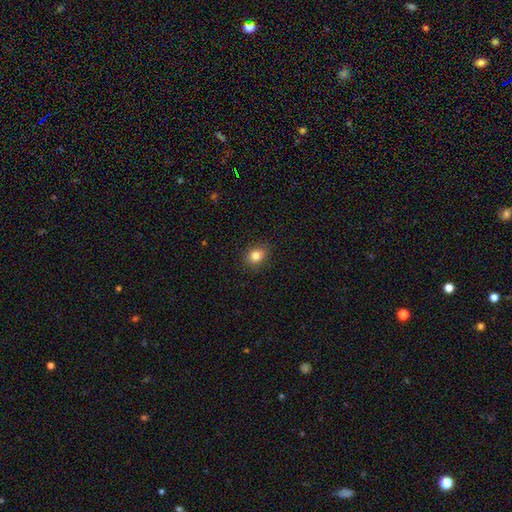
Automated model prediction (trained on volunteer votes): A smooth galaxy with no disk features (83%) that is round (54%). Merging: none (88%).